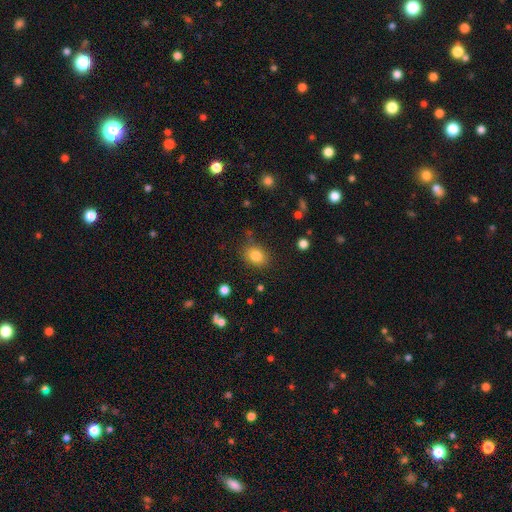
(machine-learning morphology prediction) This is clearly a smooth galaxy (83%). How rounded: possibly round (53%). Merging: likely none (79%).